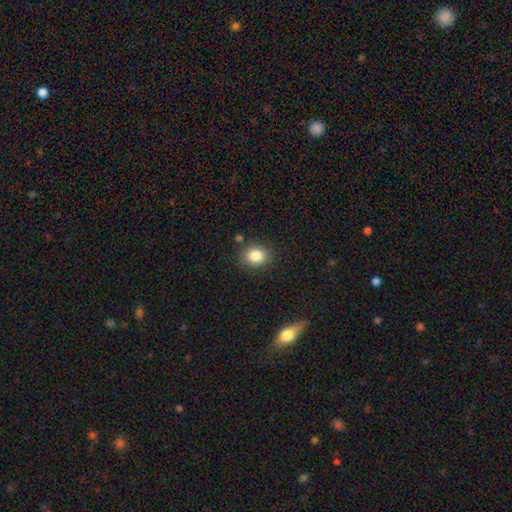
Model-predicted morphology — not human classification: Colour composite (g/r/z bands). It shows a smooth galaxy with no disk features (84%) that is round (60%). Merging: none (83%).